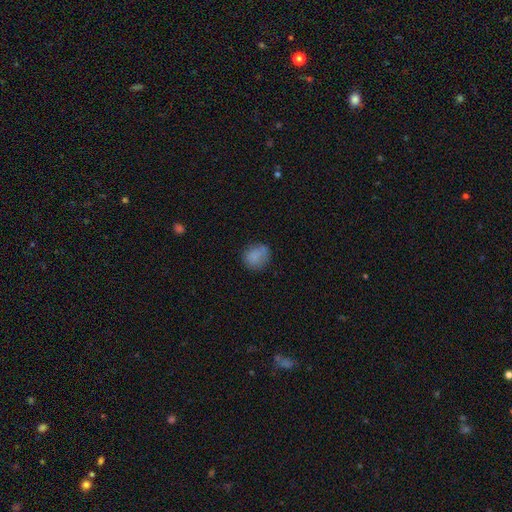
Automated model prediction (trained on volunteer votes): Smooth or featured?
  - smooth: 80% *
  - star or artifact: 10%
  - featured or disk: 10%
How rounded?
  - round: 77% *
  - in between: 22%
  - cigar-shaped: 1%
Merging?
  - none: 67% *
  - minor disturbance: 22%
  - major disturbance: 7%
  - merger: 4%